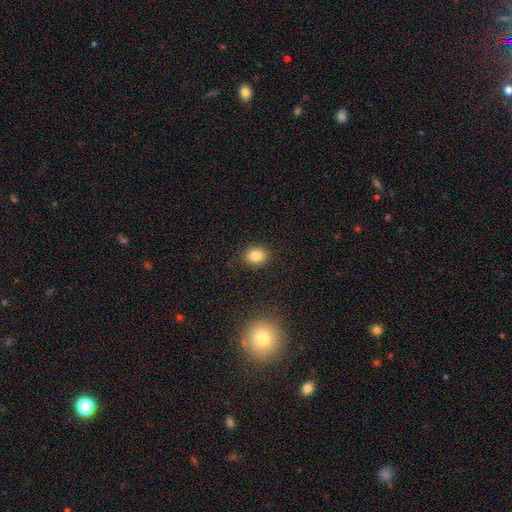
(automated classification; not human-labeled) smooth-or-featured: smooth: 82% | star or artifact: 11% | featured or disk: 6%
  how-rounded: round: 65% | in between: 34% | cigar-shaped: 1%
  merging: none: 89% | minor disturbance: 8% | major disturbance: 2% | merger: 1%